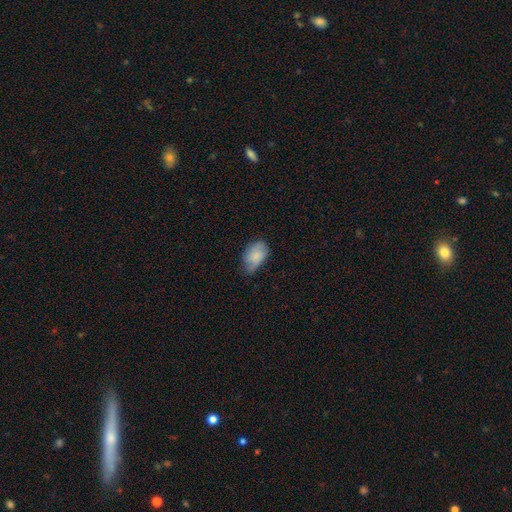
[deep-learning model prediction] smooth 72%, featured or disk 21%, star or artifact 7%. Down the decision tree: how rounded — in between (89%); merging — none (46%).